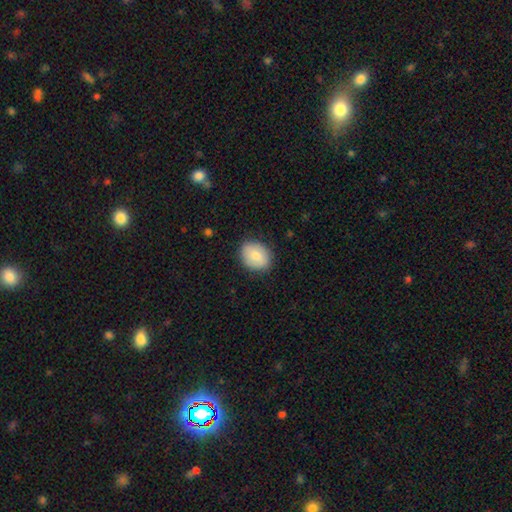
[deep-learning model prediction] smooth 77%, featured or disk 16%, star or artifact 7%. Down the decision tree: how rounded — in between (52%); merging — none (84%).